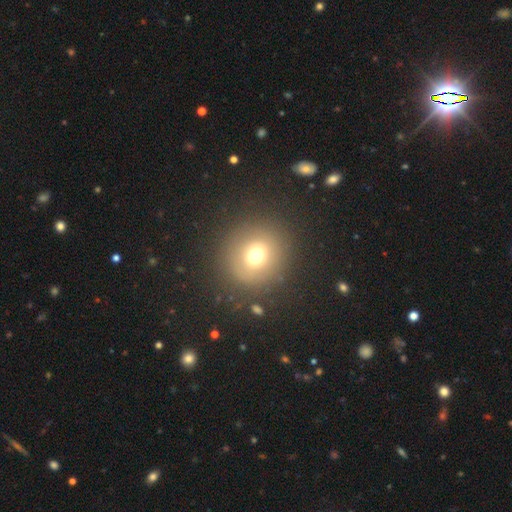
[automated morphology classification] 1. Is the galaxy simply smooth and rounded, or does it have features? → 68% smooth, 18% star or artifact, 13% featured or disk.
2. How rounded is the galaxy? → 91% round, 8% in between, 1% cigar-shaped.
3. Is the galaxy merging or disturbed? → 84% none, 8% minor disturbance, 6% major disturbance, 2% merger.